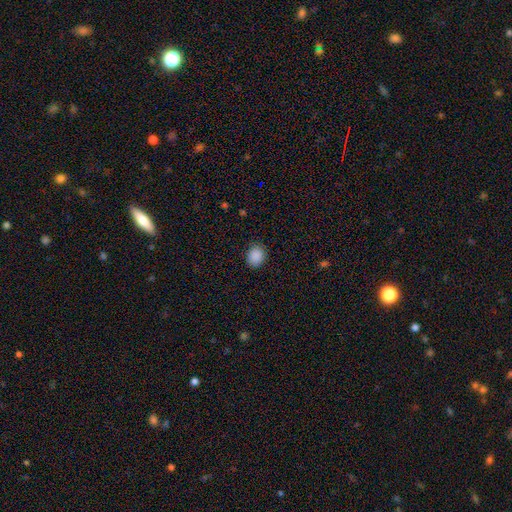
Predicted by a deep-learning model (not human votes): Smooth or featured: smooth — 88% (star or artifact — 9%)
How rounded: round — 54% (in between — 45%)
Merging: none — 86% (minor disturbance — 10%)